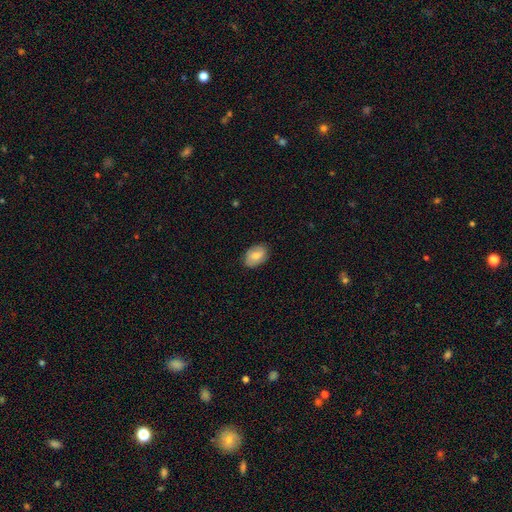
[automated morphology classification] Smooth or featured? Predicted: smooth (p=0.76). How rounded? Predicted: in between (p=0.84). Merging? Predicted: none (p=0.83).